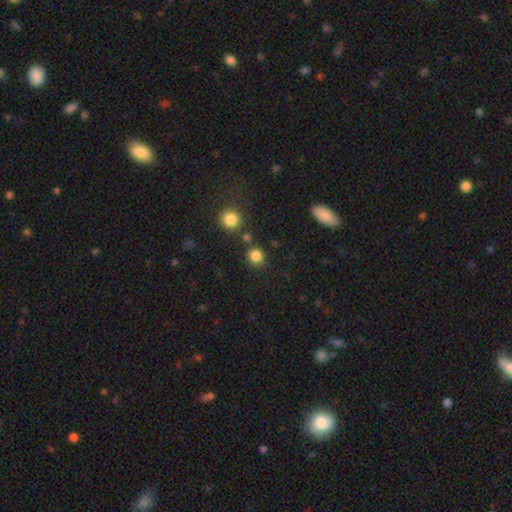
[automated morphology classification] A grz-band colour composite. It shows a smooth galaxy with no disk features (84%) that is round (90%). Merging: none (81%).